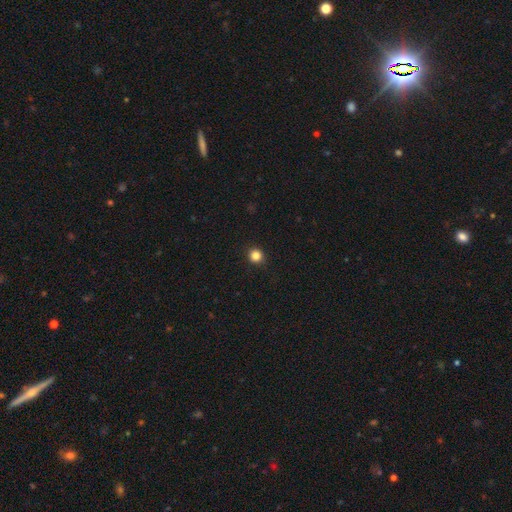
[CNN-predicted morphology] This appears to be a smooth galaxy with no disk features (85%) that is round (94%). Merging: none (93%).